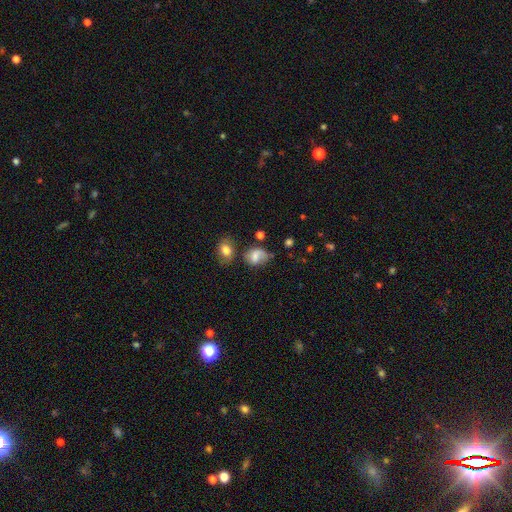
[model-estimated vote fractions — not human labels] Morphology: type=smooth (65%); roundness=in between (56%); merging=none (43%).